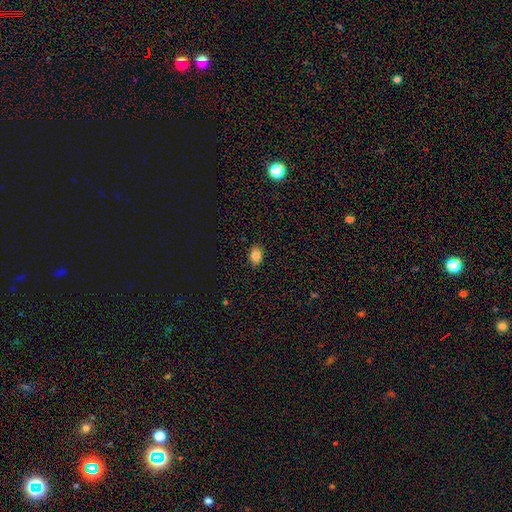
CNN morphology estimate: type=smooth (83%); roundness=in between (74%); merging=none (88%).